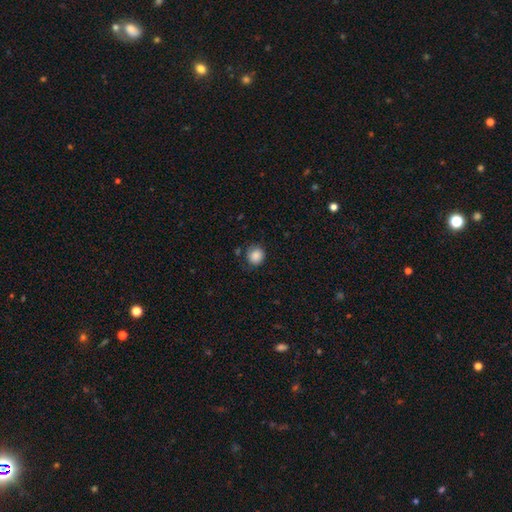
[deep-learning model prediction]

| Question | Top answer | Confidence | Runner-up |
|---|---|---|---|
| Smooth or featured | smooth | 86% | star or artifact (9%) |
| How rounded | round | 86% | in between (13%) |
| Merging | none | 75% | minor disturbance (17%) |